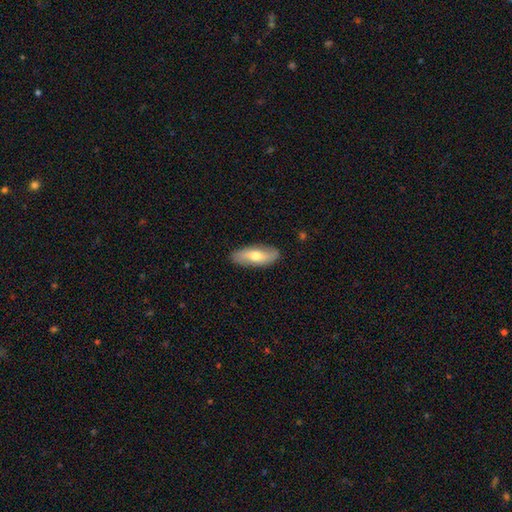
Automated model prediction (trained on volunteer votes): Smooth or featured?
  - smooth: 57% *
  - featured or disk: 37%
  - star or artifact: 5%
How rounded?
  - in between: 74% *
  - cigar-shaped: 23%
  - round: 3%
Merging?
  - none: 87% *
  - minor disturbance: 10%
  - major disturbance: 2%
  - merger: 1%